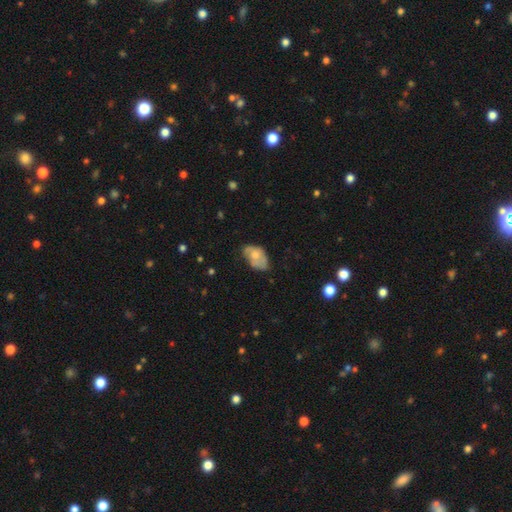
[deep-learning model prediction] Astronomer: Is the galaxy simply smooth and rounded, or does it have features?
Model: smooth — 57% (runner-up: featured or disk, 36%).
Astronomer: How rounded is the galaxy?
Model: in between — 90%.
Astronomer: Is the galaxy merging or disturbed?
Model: none — 47% (runner-up: minor disturbance, 37%).